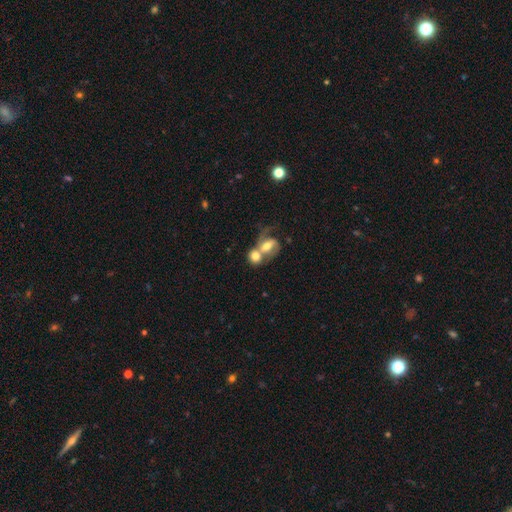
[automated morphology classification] smooth 56%, featured or disk 35%, star or artifact 8%. Down the decision tree: how rounded — round (56%); merging — merger (72%).